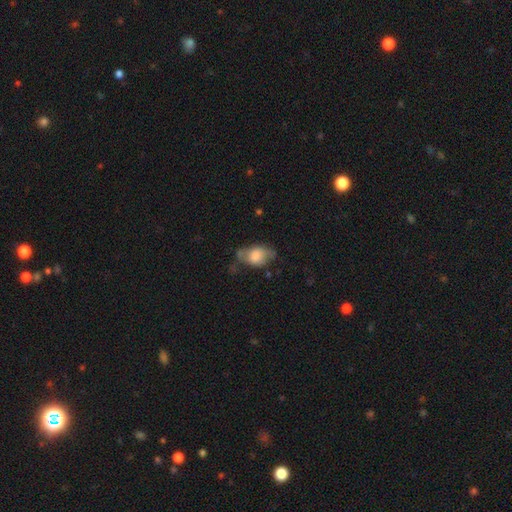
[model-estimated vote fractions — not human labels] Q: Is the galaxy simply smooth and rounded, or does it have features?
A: smooth — 67%.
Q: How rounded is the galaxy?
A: in between — 85%.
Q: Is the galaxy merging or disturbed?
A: none — 45%.